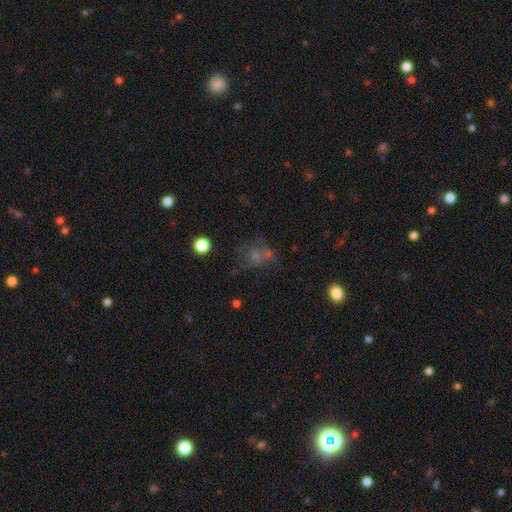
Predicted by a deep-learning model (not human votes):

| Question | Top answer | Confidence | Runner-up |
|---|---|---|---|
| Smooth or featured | smooth | 42% | star or artifact (35%) |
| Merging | none | 50% | merger (24%) |